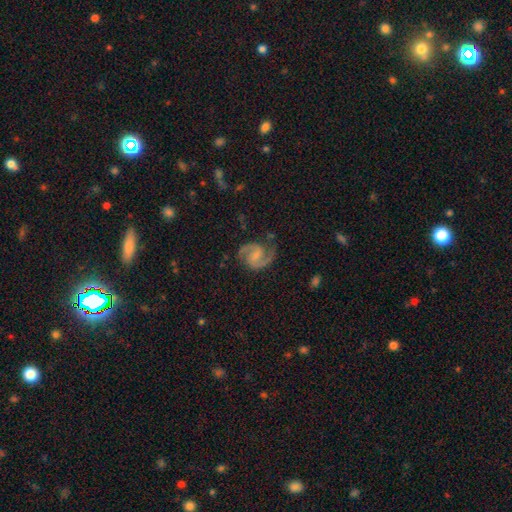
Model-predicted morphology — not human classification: The model was most divided on "bar": weak: 46%, no: 42%, strong: 11%. Remaining: edge-on disk — no (98%); spiral arms — yes (98%); spiral arm count — 2 (94%); smooth or featured — featured or disk (91%); merging — none (79%); spiral winding — medium (63%); bulge size — small (50%).